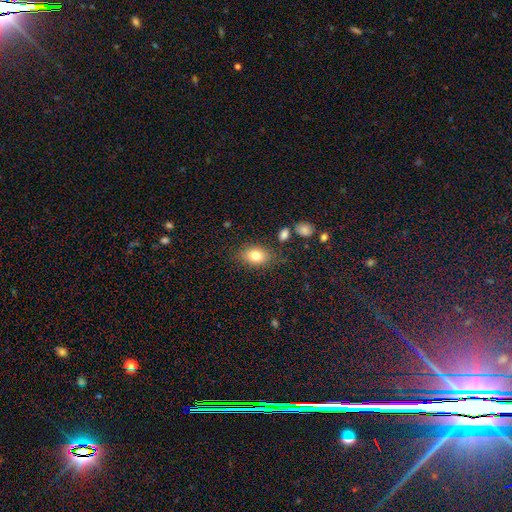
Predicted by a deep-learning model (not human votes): smooth_or_featured: smooth (p=0.79) [alt: featured or disk p=0.11]
how_rounded: in between (p=0.77) [alt: round p=0.21]
merging: none (p=0.79) [alt: minor disturbance p=0.14]